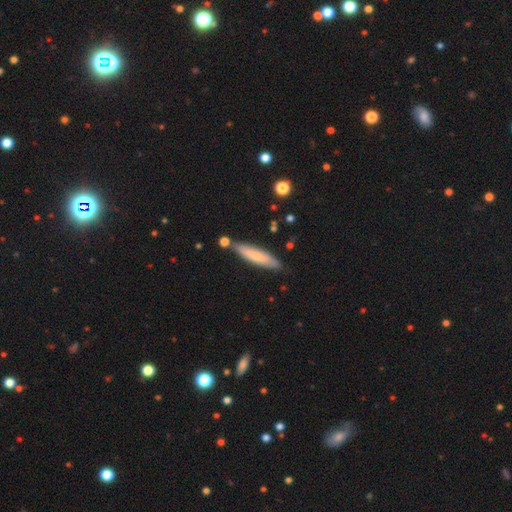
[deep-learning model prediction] A smooth galaxy with no disk features (69%) that is cigar-shaped (82%).

Vote fractions:
- Smooth or featured? smooth: 69% / featured or disk: 25% / star or artifact: 6%
- How rounded? cigar-shaped: 82% / in between: 17% / round: 1%
- Merging? none: 77% / minor disturbance: 13% / merger: 7% / major disturbance: 2%